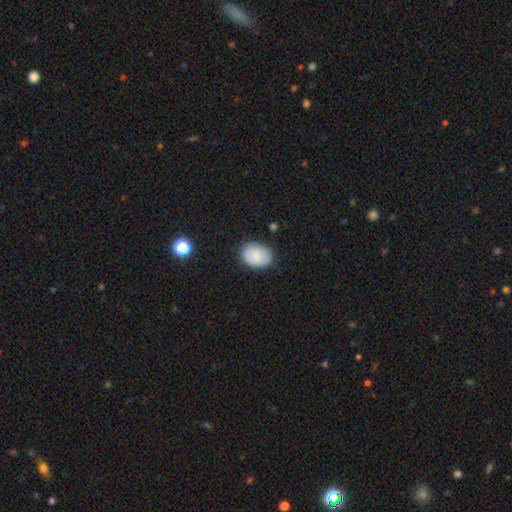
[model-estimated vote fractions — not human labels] A smooth galaxy with no disk features (80%) that is in between round and cigar-shaped (69%). Merging: none (83%).